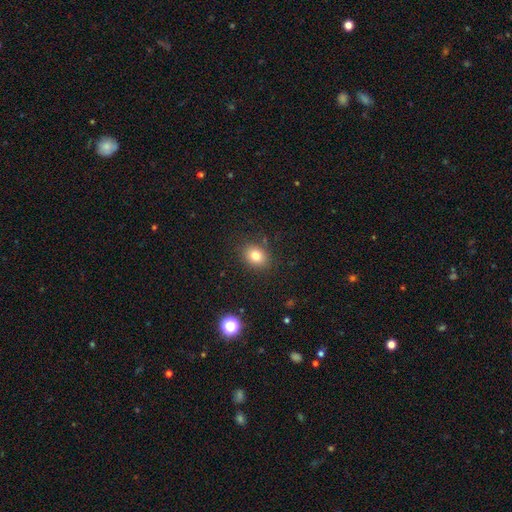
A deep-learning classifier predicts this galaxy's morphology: Smooth or featured? Predicted: smooth (p=0.79). How rounded? Predicted: round (p=0.52). Merging? Predicted: none (p=0.85).